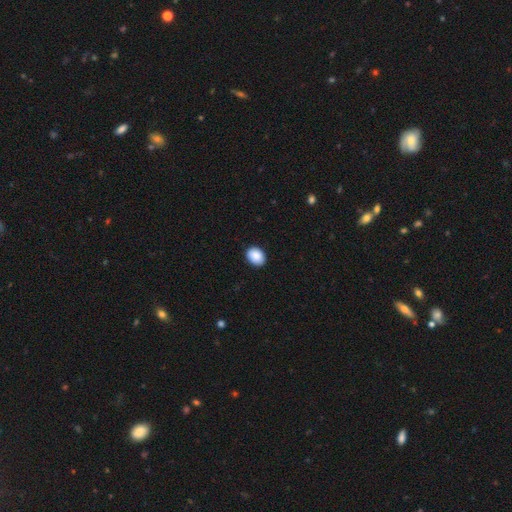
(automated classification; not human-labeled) Morphology: type=smooth (89%); roundness=in between (63%); merging=none (89%).